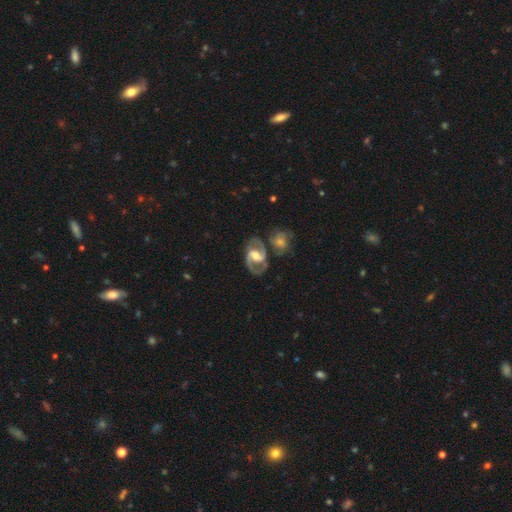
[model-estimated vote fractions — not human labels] Q: Smooth or featured?
A: featured or disk (86%); runner-up: smooth (9%)
Q: Edge-on disk?
A: no (97%); runner-up: yes (3%)
Q: Bar?
A: weak (46%); runner-up: strong (32%)
Q: Spiral arms?
A: yes (95%); runner-up: no (5%)
Q: Spiral winding?
A: medium (62%); runner-up: tight (22%)
Q: Spiral arm count?
A: 2 (91%); runner-up: can't tell (3%)
Q: Bulge size?
A: moderate (59%); runner-up: small (19%)
Q: Merging?
A: none (65%); runner-up: merger (16%)